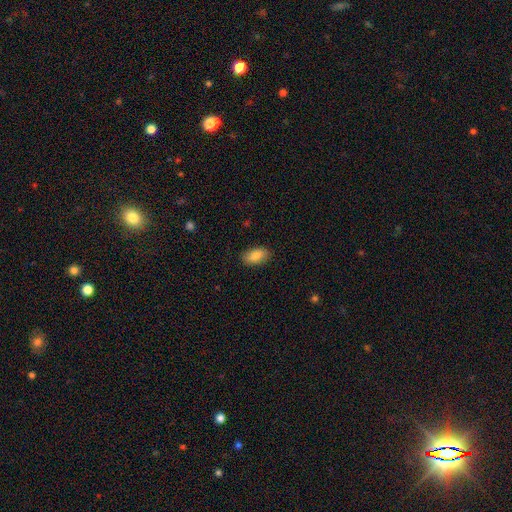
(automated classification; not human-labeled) A smooth galaxy with no disk features (84%) that is in between round and cigar-shaped (93%).

Vote fractions:
- Smooth or featured? smooth: 84% / featured or disk: 9% / star or artifact: 7%
- How rounded? in between: 93% / round: 5% / cigar-shaped: 3%
- Merging? none: 88% / minor disturbance: 9% / major disturbance: 2% / merger: 1%